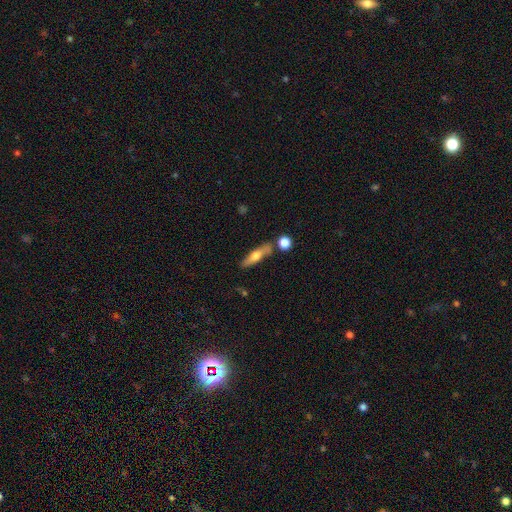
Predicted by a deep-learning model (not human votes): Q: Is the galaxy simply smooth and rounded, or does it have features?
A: smooth — 48%.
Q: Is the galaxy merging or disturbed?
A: none — 75%.